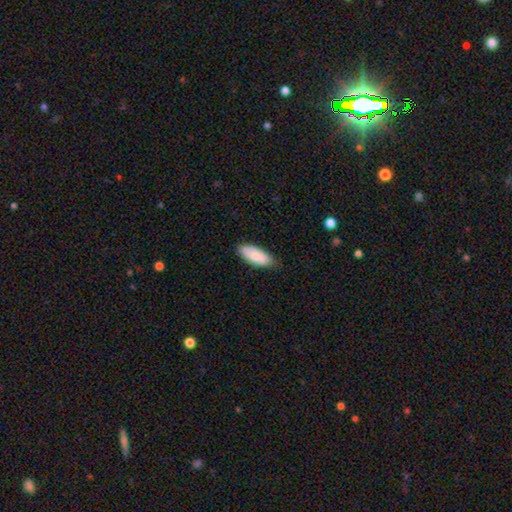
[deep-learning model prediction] A smooth galaxy with no disk features (82%) that is in between round and cigar-shaped (83%).

Vote fractions:
- Smooth or featured? smooth: 82% / featured or disk: 12% / star or artifact: 6%
- How rounded? in between: 83% / cigar-shaped: 16% / round: 2%
- Merging? none: 77% / minor disturbance: 20% / major disturbance: 3% / merger: 1%